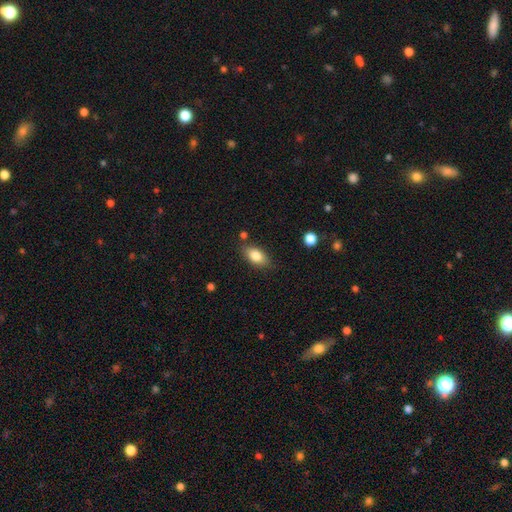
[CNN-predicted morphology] smooth 81%, featured or disk 11%, star or artifact 8%. Down the decision tree: how rounded — in between (88%); merging — none (80%).